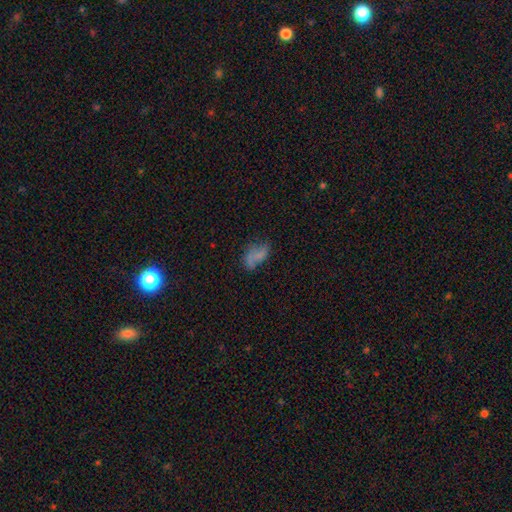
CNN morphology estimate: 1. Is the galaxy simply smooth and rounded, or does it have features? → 54% smooth, 33% featured or disk, 13% star or artifact.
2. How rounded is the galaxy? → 90% in between, 7% round, 3% cigar-shaped.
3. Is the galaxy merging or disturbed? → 47% none, 28% minor disturbance, 20% major disturbance, 6% merger.